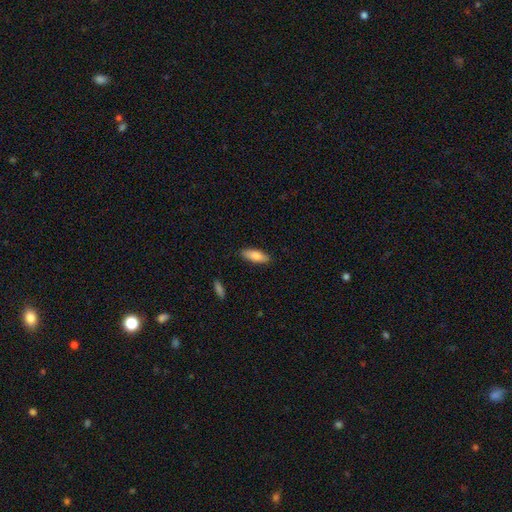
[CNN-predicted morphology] smooth-or-featured: smooth: 82% | featured or disk: 12% | star or artifact: 6%
  how-rounded: in between: 67% | cigar-shaped: 31% | round: 2%
  merging: none: 87% | minor disturbance: 10% | major disturbance: 2% | merger: 1%